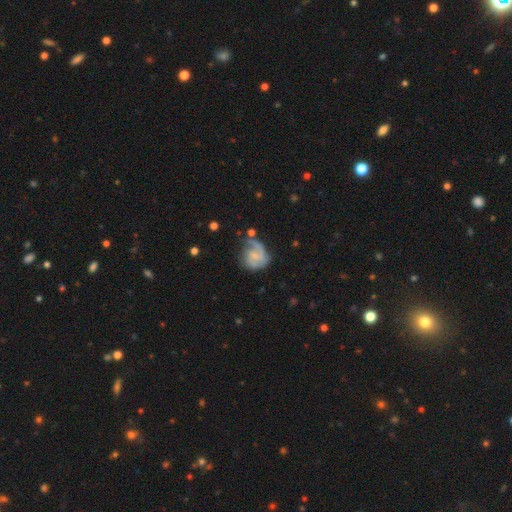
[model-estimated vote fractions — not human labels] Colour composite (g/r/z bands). It shows a featured or disk galaxy (71%) with no bar (56%), 2 (46%) medium (46%) spiral arms (90%) and a small central bulge (57%). Merging: none (49%).